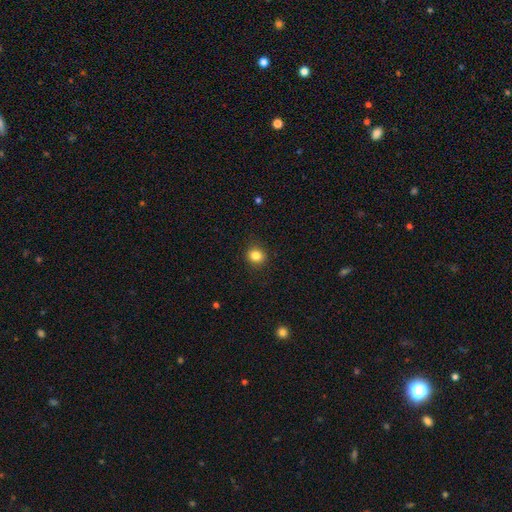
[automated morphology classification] Smooth or featured: smooth — 84% (star or artifact — 11%)
How rounded: round — 83% (in between — 17%)
Merging: none — 89% (minor disturbance — 7%)